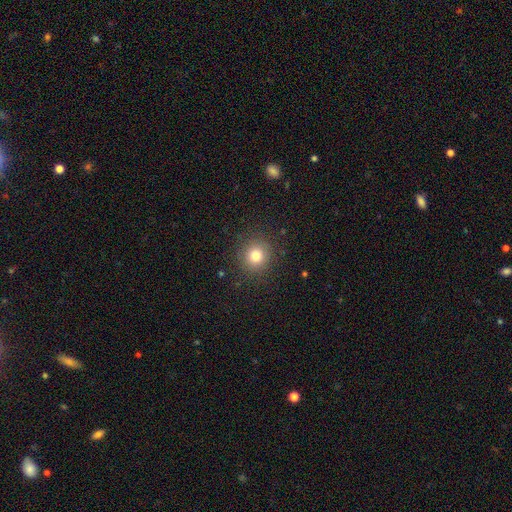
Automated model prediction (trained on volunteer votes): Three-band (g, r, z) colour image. It shows a smooth galaxy with no disk features (80%) that is round (90%). Merging: none (89%).